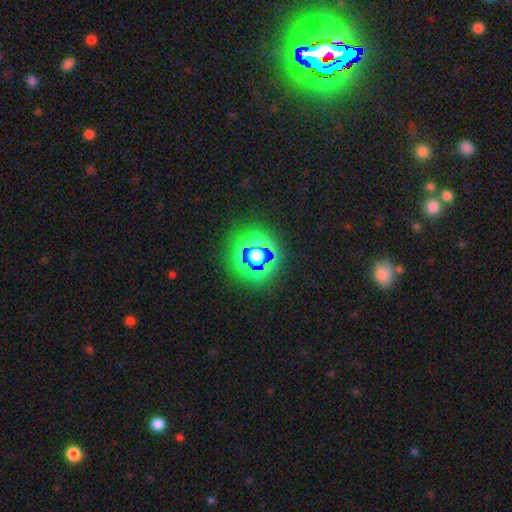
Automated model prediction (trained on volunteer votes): The model was most divided on "smooth or featured": star or artifact: 62%, smooth: 26%, featured or disk: 12%.